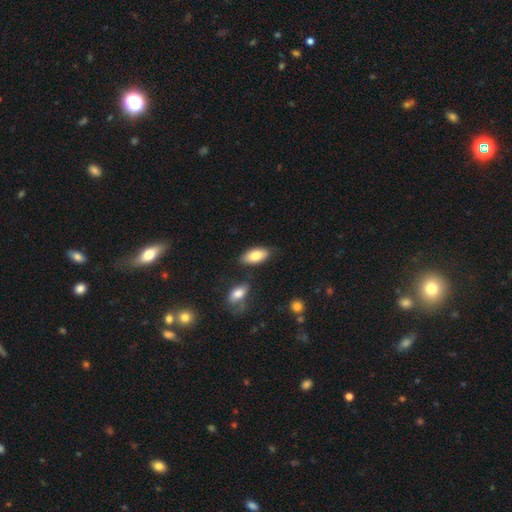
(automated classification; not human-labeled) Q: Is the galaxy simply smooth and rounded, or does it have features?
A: smooth — 81%.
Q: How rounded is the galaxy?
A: in between — 91%.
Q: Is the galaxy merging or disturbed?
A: none — 78%.